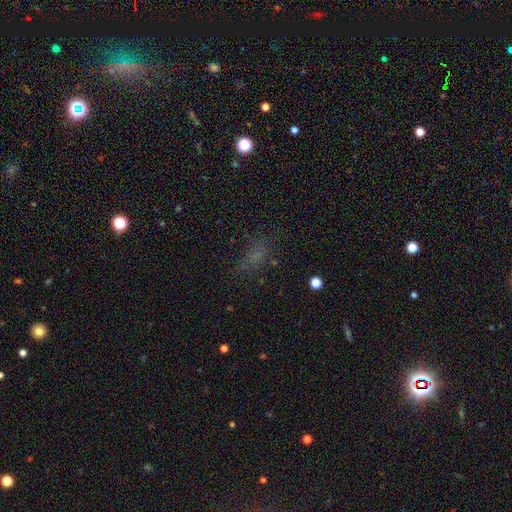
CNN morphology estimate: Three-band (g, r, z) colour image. It shows a smooth galaxy with no disk features (51%) that is in between round and cigar-shaped (69%). Merging: none (62%).